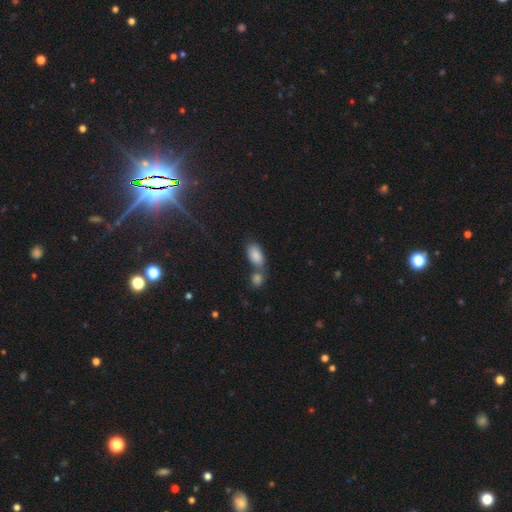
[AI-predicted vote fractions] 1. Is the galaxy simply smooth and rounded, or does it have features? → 86% smooth, 8% star or artifact, 6% featured or disk.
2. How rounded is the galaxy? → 92% in between, 5% round, 3% cigar-shaped.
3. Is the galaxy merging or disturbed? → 46% merger, 39% none, 11% minor disturbance, 5% major disturbance.